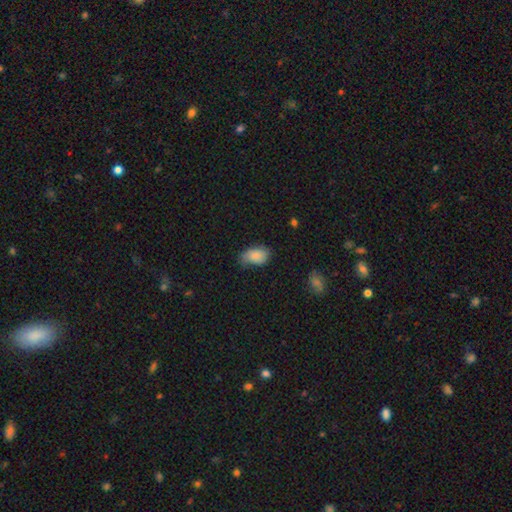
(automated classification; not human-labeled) Overall: smooth (80%). How rounded: in between (90%). Merging: none (54%; minor disturbance 35%).